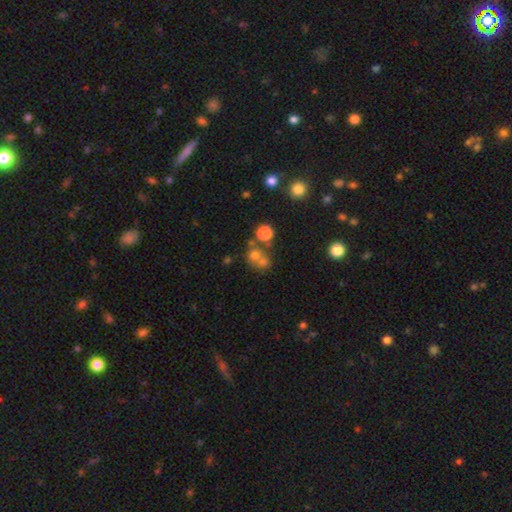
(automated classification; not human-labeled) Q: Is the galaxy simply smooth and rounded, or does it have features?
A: smooth — 62%.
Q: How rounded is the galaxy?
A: round — 80%.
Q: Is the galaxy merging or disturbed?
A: none — 45%.